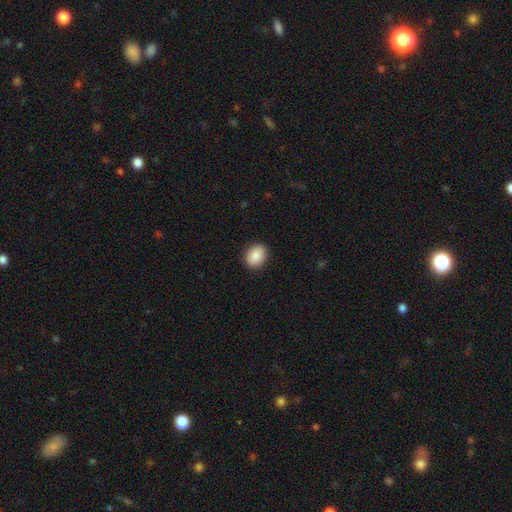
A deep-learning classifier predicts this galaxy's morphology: This appears to be a smooth galaxy with no disk features (86%) that is round (52%). Merging: none (90%).